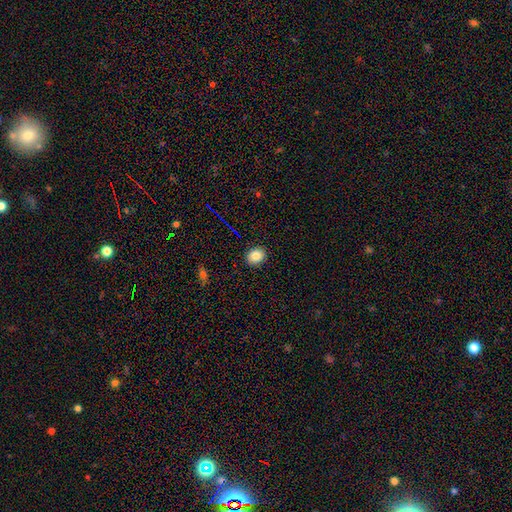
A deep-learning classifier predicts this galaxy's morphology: smooth 82%, star or artifact 10%, featured or disk 8%. Down the decision tree: how rounded — round (57%); merging — none (90%).